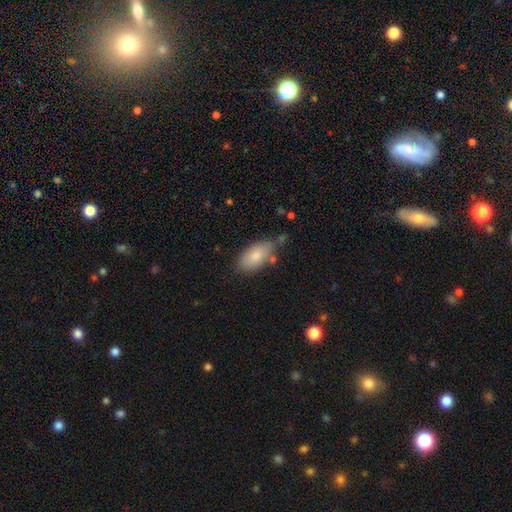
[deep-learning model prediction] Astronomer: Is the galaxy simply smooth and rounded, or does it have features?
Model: smooth — 81%.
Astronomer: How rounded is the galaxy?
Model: in between — 92%.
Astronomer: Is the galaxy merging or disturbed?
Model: none — 69%.